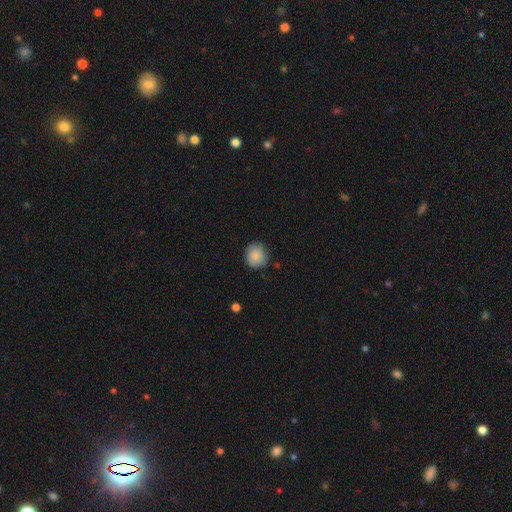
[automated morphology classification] The model was most divided on "merging": none: 81%, minor disturbance: 15%, major disturbance: 3%, merger: 1%. More confident: how rounded — round (90%); smooth or featured — smooth (85%).